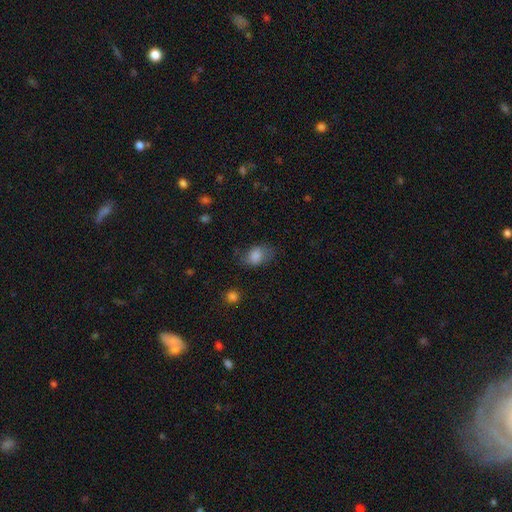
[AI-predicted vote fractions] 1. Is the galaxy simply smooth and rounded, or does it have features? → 80% smooth, 11% featured or disk, 9% star or artifact.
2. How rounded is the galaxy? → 81% in between, 18% round, 2% cigar-shaped.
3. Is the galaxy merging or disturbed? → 61% none, 26% minor disturbance, 11% major disturbance, 2% merger.